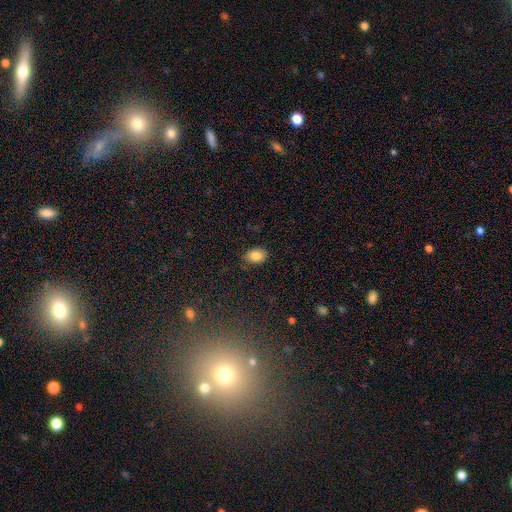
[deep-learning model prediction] Smooth or featured?
  - smooth: 84% *
  - star or artifact: 9%
  - featured or disk: 7%
How rounded?
  - in between: 73% *
  - round: 26%
  - cigar-shaped: 1%
Merging?
  - none: 77% *
  - minor disturbance: 18%
  - major disturbance: 4%
  - merger: 1%